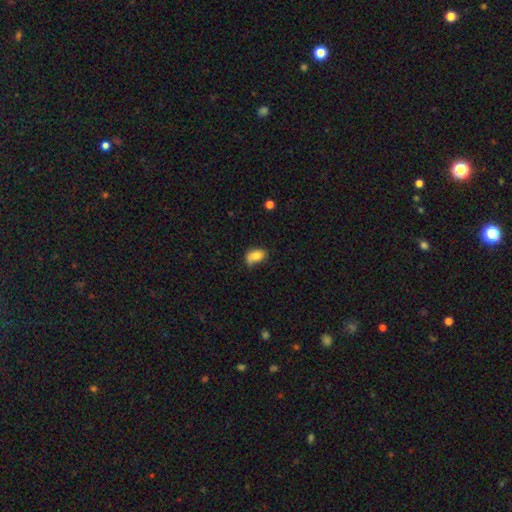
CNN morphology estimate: Smooth or featured? Predicted: smooth (p=0.75). How rounded? Predicted: in between (p=0.83). Merging? Predicted: none (p=0.39).